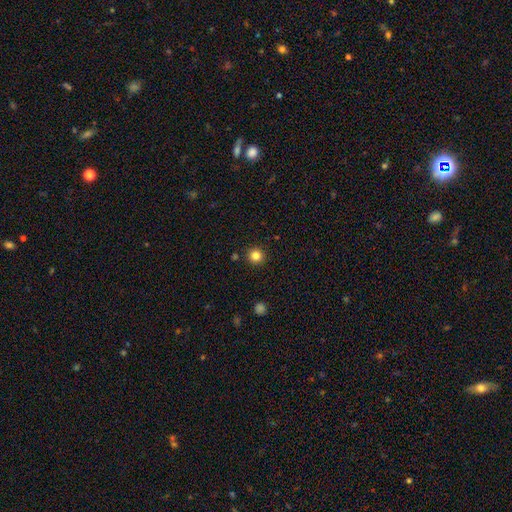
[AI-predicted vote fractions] smooth_or_featured: smooth (p=0.83) [alt: star or artifact p=0.12]
how_rounded: round (p=0.95) [alt: in between p=0.04]
merging: none (p=0.92) [alt: minor disturbance p=0.05]